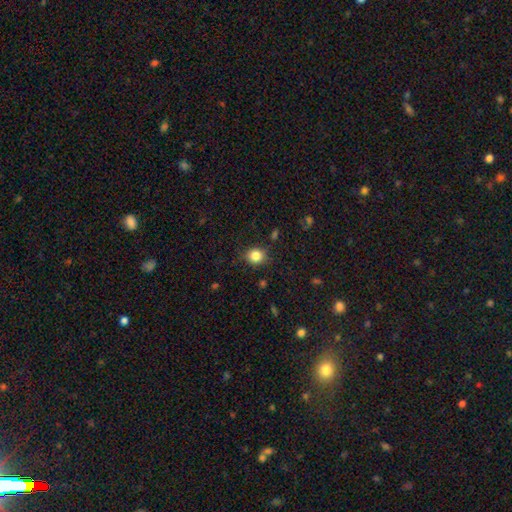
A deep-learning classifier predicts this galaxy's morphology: Smooth or featured? smooth (83%)
How rounded? round (82%)
Merging? none (85%)